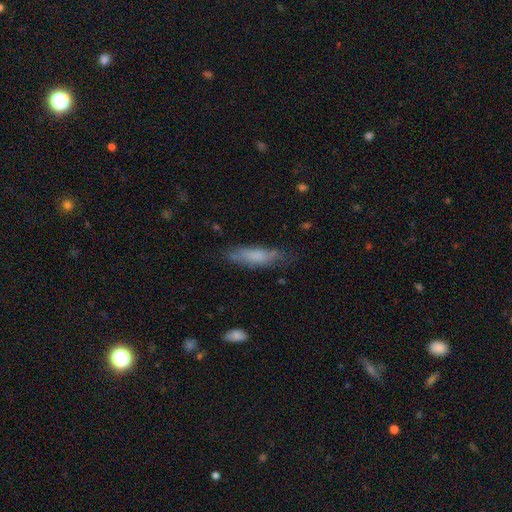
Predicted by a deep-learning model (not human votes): Morphology: type=smooth (70%); roundness=cigar-shaped (61%); merging=none (63%).